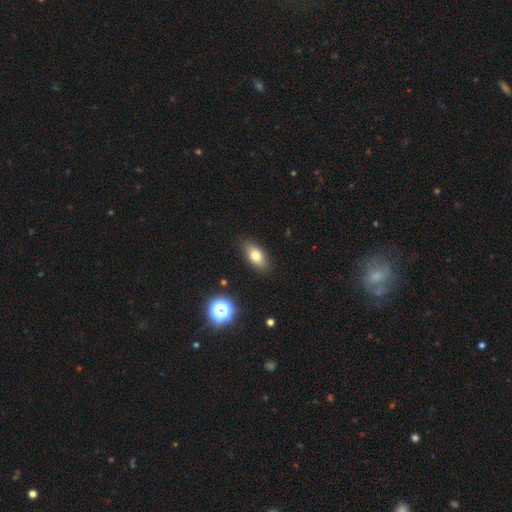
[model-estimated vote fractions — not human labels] smooth 76%, featured or disk 14%, star or artifact 10%. Down the decision tree: how rounded — in between (86%); merging — none (86%).